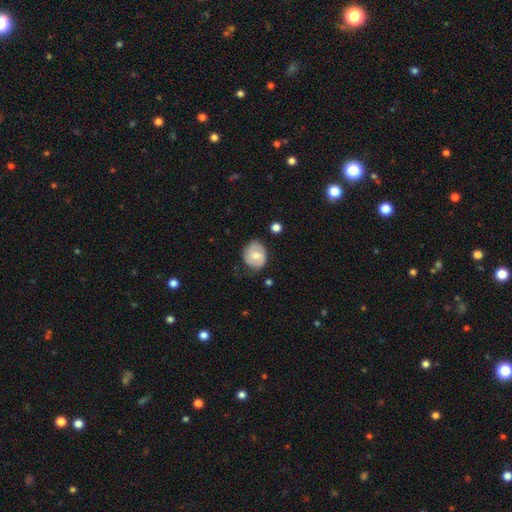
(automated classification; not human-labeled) Smooth or featured?
  - smooth: 58% *
  - featured or disk: 34%
  - star or artifact: 7%
How rounded?
  - round: 66% *
  - in between: 33%
  - cigar-shaped: 1%
Merging?
  - none: 68% *
  - minor disturbance: 25%
  - major disturbance: 6%
  - merger: 2%